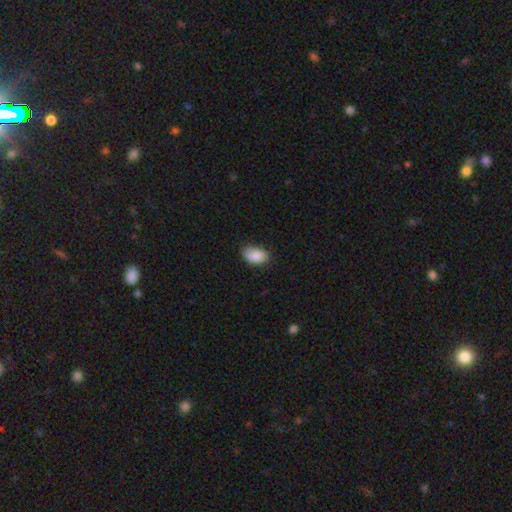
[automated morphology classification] This appears to be a smooth galaxy with no disk features (87%) that is in between round and cigar-shaped (90%). Merging: none (79%).